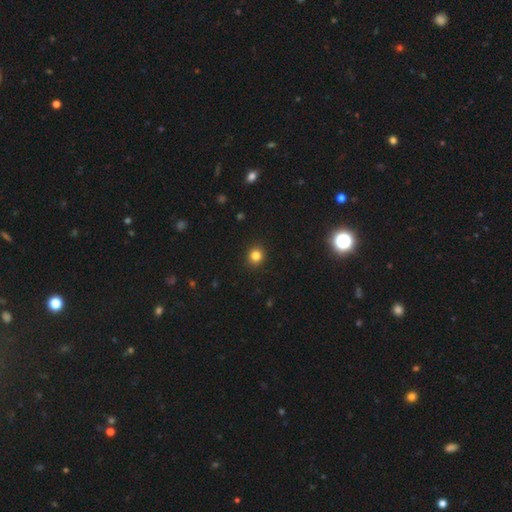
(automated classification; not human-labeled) Smooth or featured? smooth (83%)
How rounded? round (86%)
Merging? none (92%)